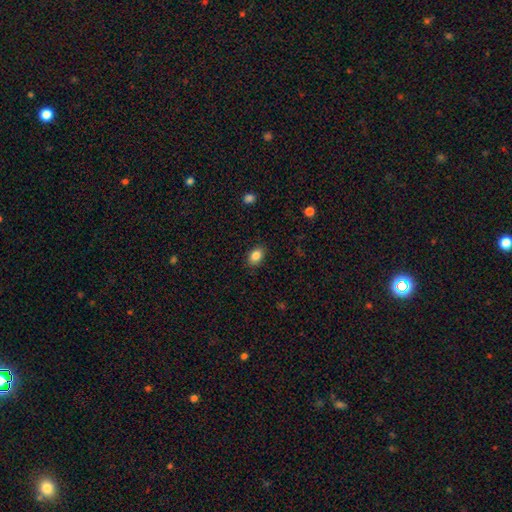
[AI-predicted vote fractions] This appears to be a smooth galaxy with no disk features (86%) that is in between round and cigar-shaped (78%). Merging: none (86%).